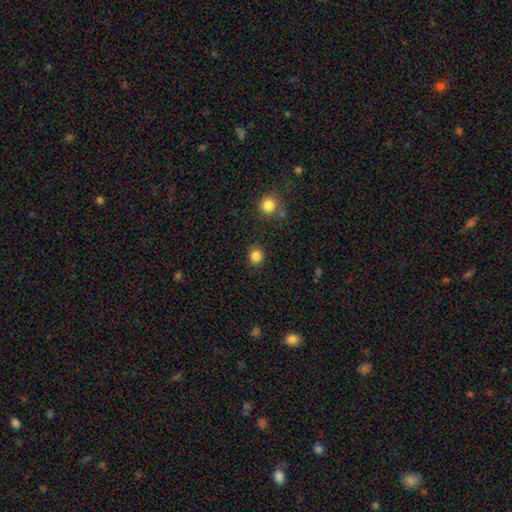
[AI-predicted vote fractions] This appears to be a smooth galaxy with no disk features (85%) that is round (87%). Merging: none (89%).